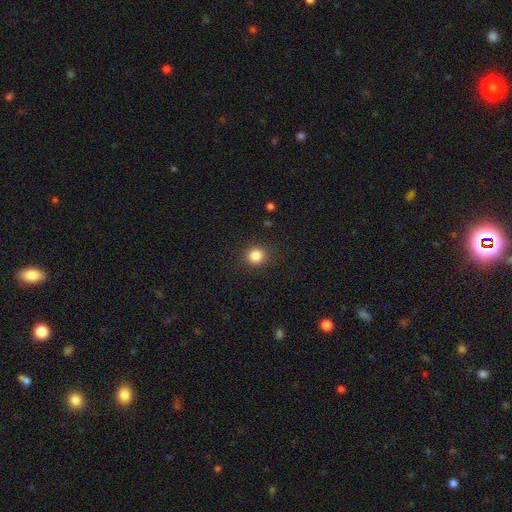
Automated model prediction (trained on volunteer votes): This appears to be a smooth galaxy with no disk features (84%) that is round (91%). Merging: none (89%).